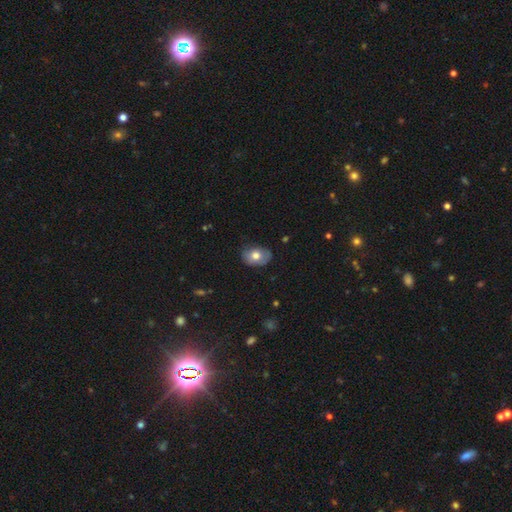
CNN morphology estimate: smooth_or_featured: smooth (p=0.71) [alt: featured or disk p=0.21]
how_rounded: in between (p=0.73) [alt: round p=0.26]
merging: none (p=0.72) [alt: minor disturbance p=0.22]